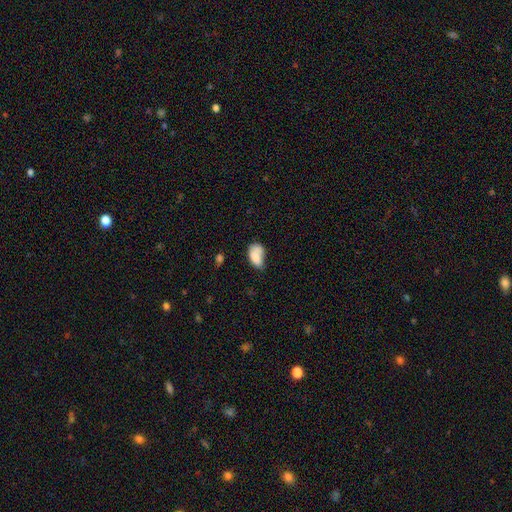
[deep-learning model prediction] Morphology: type=smooth (78%); roundness=in between (89%); merging=minor disturbance (32%, tied with none).